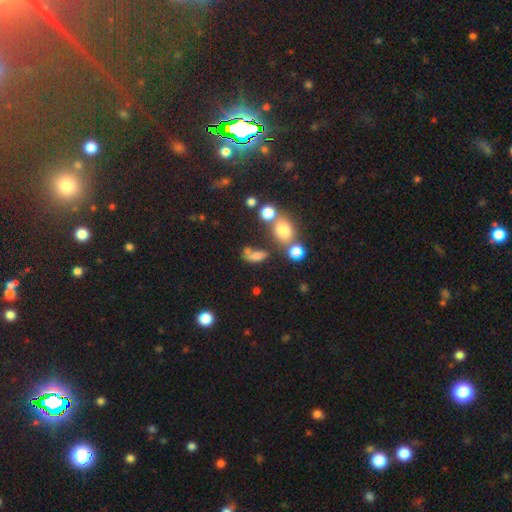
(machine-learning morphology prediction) Smooth or featured?
  - smooth: 68% *
  - star or artifact: 18%
  - featured or disk: 14%
How rounded?
  - in between: 71% *
  - round: 19%
  - cigar-shaped: 9%
Merging?
  - none: 43% *
  - merger: 28%
  - minor disturbance: 17%
  - major disturbance: 11%